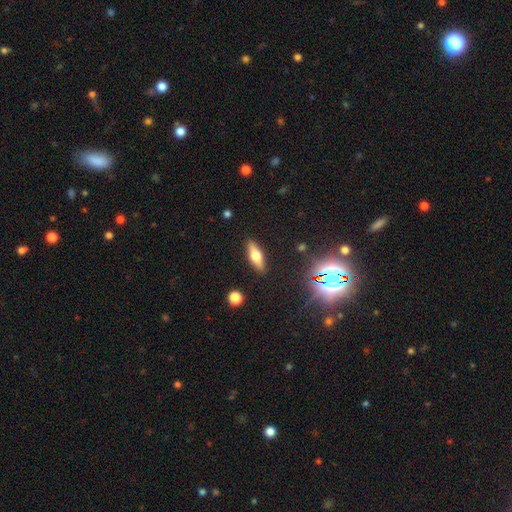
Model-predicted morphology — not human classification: The model was most divided on "how rounded": in between: 52%, cigar-shaped: 45%, round: 3%. More confident: merging — none (88%); smooth or featured — smooth (53%).